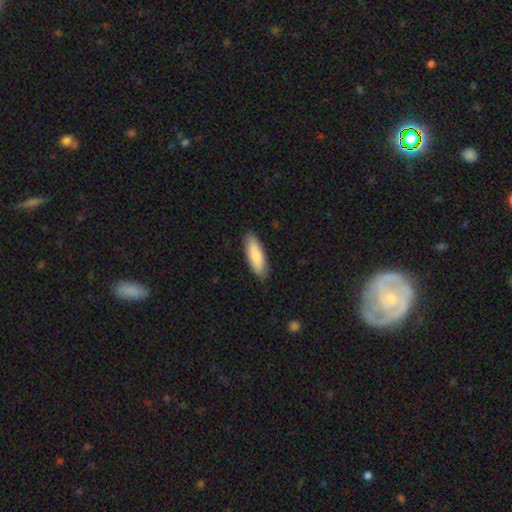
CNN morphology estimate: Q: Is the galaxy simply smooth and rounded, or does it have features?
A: smooth — 82%.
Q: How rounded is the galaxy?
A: in between — 55%.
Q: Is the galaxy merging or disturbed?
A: none — 87%.